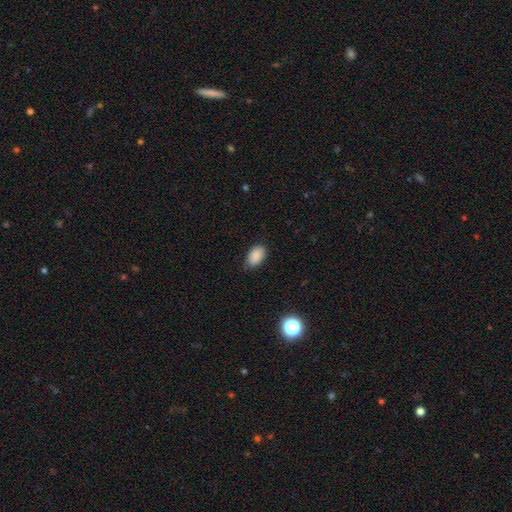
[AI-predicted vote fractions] smooth-or-featured: smooth: 88% | star or artifact: 8% | featured or disk: 4%
  how-rounded: in between: 89% | round: 10% | cigar-shaped: 1%
  merging: none: 75% | minor disturbance: 21% | major disturbance: 3% | merger: 1%